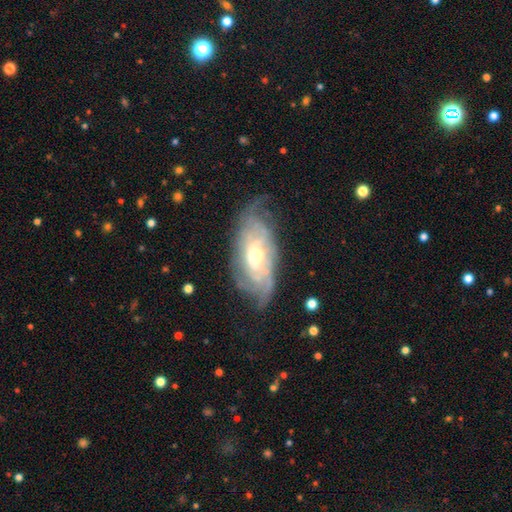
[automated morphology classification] Smooth or featured: featured or disk — 81% (smooth — 12%)
Edge-on disk: no — 91% (yes — 9%)
Bar: no — 62% (weak — 29%)
Spiral arms: yes — 92% (no — 8%)
Spiral winding: tight — 68% (medium — 25%)
Spiral arm count: can't tell — 44% (2 — 20%)
Bulge size: moderate — 66% (small — 25%)
Merging: none — 73% (minor disturbance — 19%)